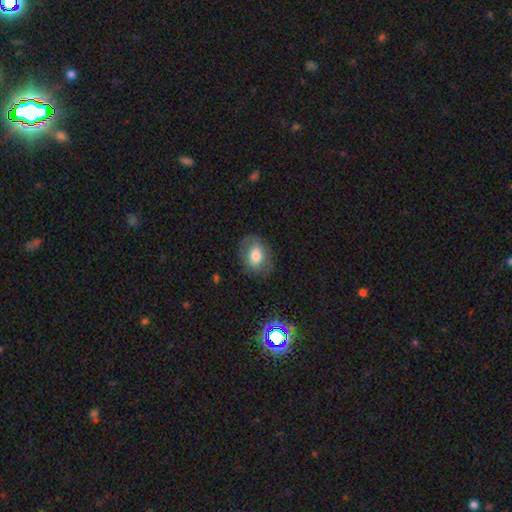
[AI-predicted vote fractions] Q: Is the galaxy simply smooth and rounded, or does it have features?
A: smooth — 72%.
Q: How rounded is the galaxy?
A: in between — 65%.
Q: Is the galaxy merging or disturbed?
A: none — 77%.